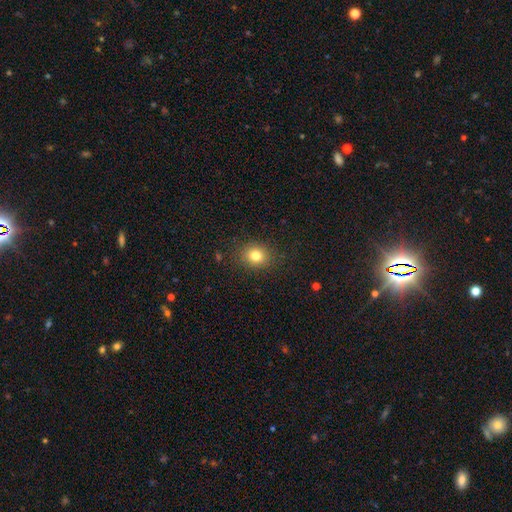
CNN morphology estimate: This is clearly a smooth galaxy (80%). How rounded: likely round (69%). Merging: clearly none (87%).